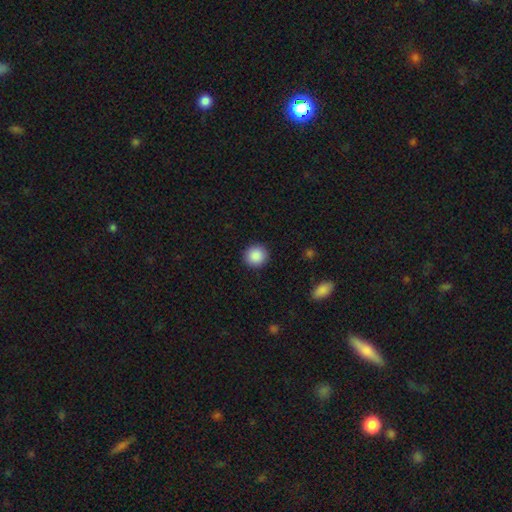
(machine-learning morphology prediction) smooth_or_featured: smooth (p=0.89) [alt: star or artifact p=0.08]
how_rounded: round (p=0.94) [alt: in between p=0.05]
merging: none (p=0.92) [alt: minor disturbance p=0.05]